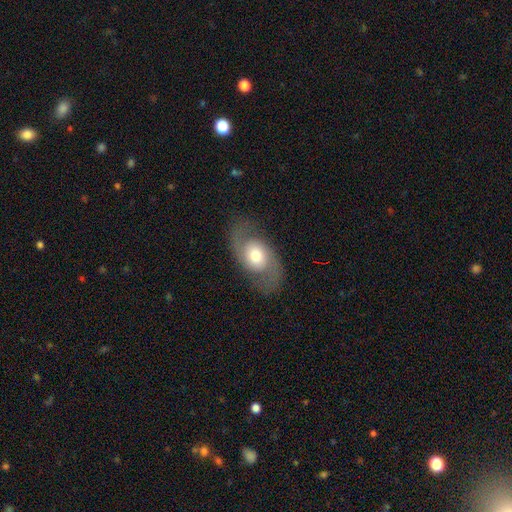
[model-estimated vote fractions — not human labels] Q: Smooth or featured?
A: featured or disk (72%); runner-up: smooth (21%)
Q: Edge-on disk?
A: no (95%); runner-up: yes (5%)
Q: Bar?
A: no (70%); runner-up: weak (24%)
Q: Spiral arms?
A: yes (90%); runner-up: no (10%)
Q: Spiral winding?
A: medium (47%); runner-up: loose (39%)
Q: Spiral arm count?
A: 2 (92%); runner-up: can't tell (3%)
Q: Bulge size?
A: moderate (61%); runner-up: large (20%)
Q: Merging?
A: none (78%); runner-up: minor disturbance (14%)